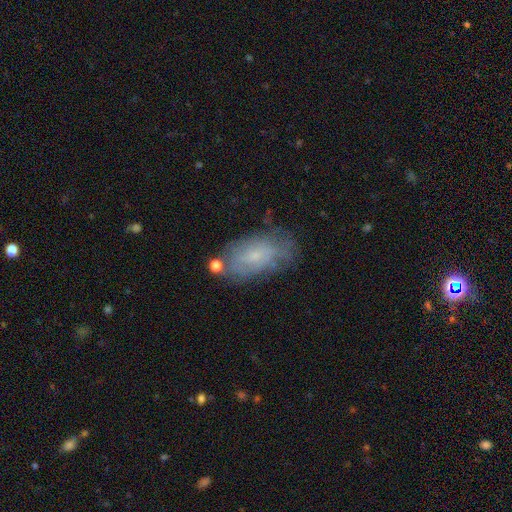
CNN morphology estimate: Q: Smooth or featured?
A: smooth (46%); runner-up: featured or disk (45%)
Q: Merging?
A: none (60%); runner-up: minor disturbance (25%)